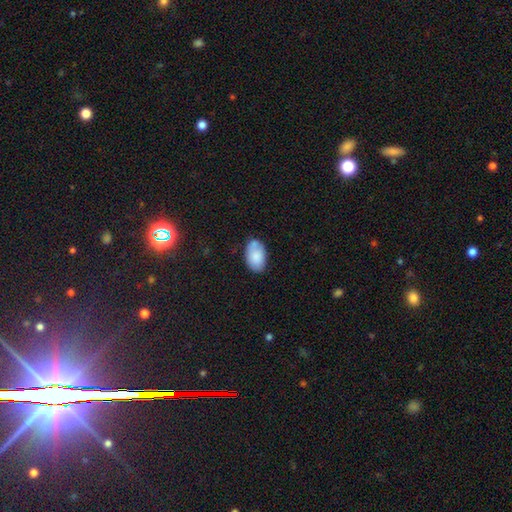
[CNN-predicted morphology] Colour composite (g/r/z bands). It shows a smooth galaxy with no disk features (82%) that is in between round and cigar-shaped (93%). Merging: none (68%).